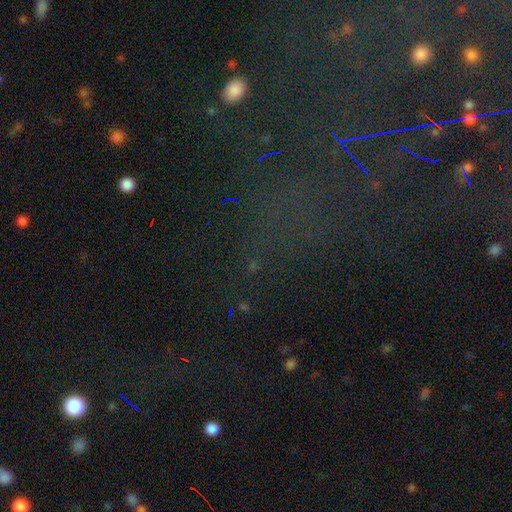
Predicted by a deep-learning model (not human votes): A star or artifact, not a galaxy (70%).

Vote fractions:
- Smooth or featured? star or artifact: 70% / smooth: 16% / featured or disk: 14%